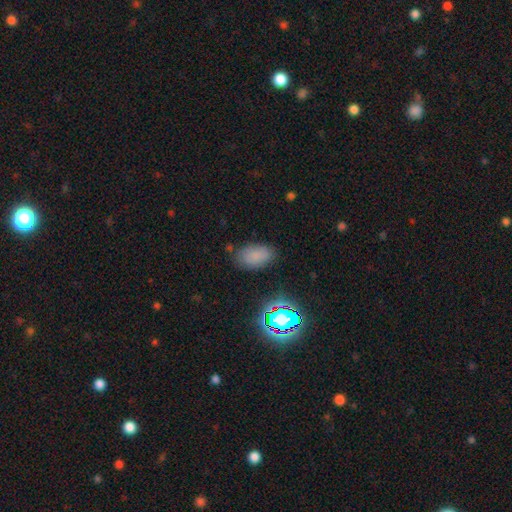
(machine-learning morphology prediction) A smooth galaxy with no disk features (75%) that is in between round and cigar-shaped (91%).

Vote fractions:
- Smooth or featured? smooth: 75% / star or artifact: 17% / featured or disk: 8%
- How rounded? in between: 91% / round: 8% / cigar-shaped: 2%
- Merging? none: 78% / minor disturbance: 15% / major disturbance: 4% / merger: 2%